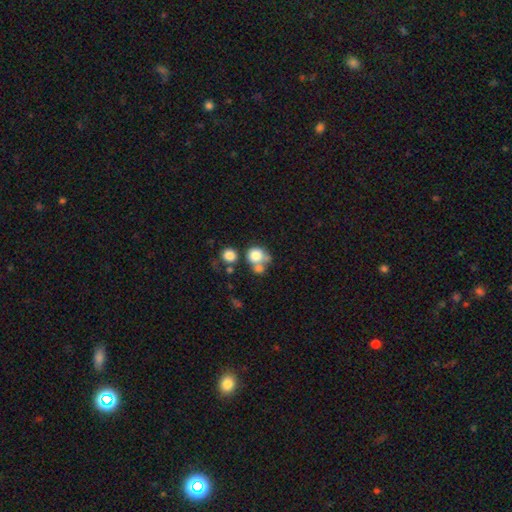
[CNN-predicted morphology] smooth_or_featured: smooth (p=0.77) [alt: featured or disk p=0.12]
how_rounded: round (p=0.80) [alt: in between p=0.19]
merging: none (p=0.42) [alt: merger p=0.39]